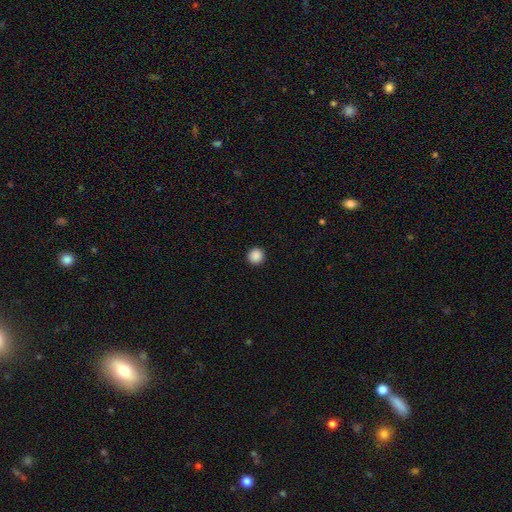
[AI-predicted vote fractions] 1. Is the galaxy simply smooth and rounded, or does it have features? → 89% smooth, 9% star or artifact, 2% featured or disk.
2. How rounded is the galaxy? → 96% round, 3% in between, 1% cigar-shaped.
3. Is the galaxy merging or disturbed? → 94% none, 4% minor disturbance, 1% major disturbance, 1% merger.